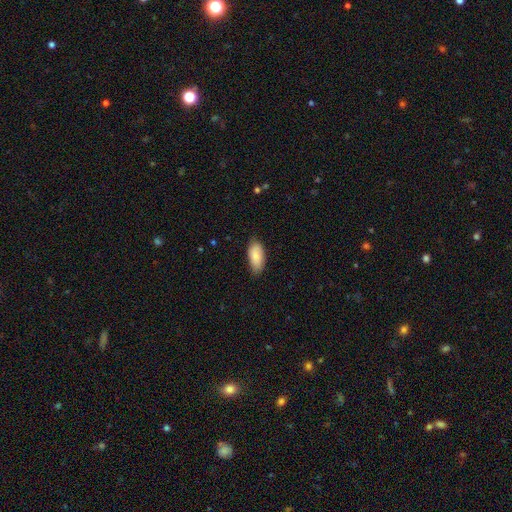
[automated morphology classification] smooth 83%, featured or disk 11%, star or artifact 6%. Down the decision tree: how rounded — in between (91%); merging — none (79%).